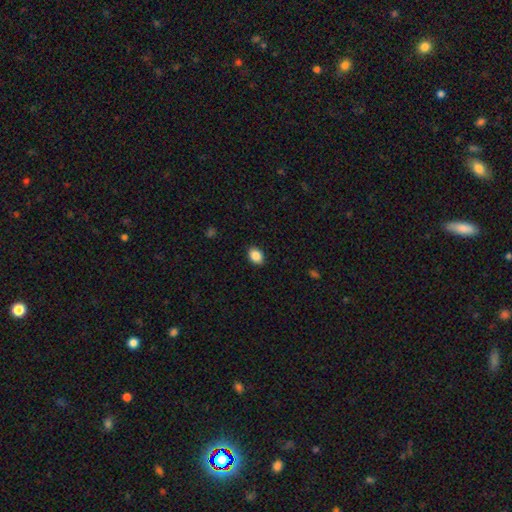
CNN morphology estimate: smooth 88%, star or artifact 8%, featured or disk 4%. Down the decision tree: how rounded — in between (68%); merging — none (89%).